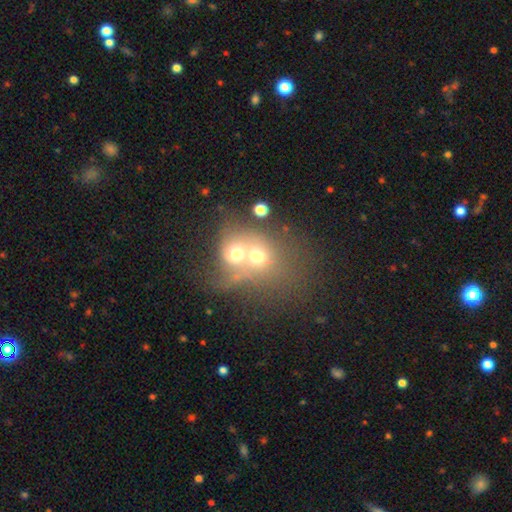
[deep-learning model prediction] The model was most divided on "smooth or featured": smooth: 49%, featured or disk: 34%, star or artifact: 17%. More confident: merging — merger (78%).